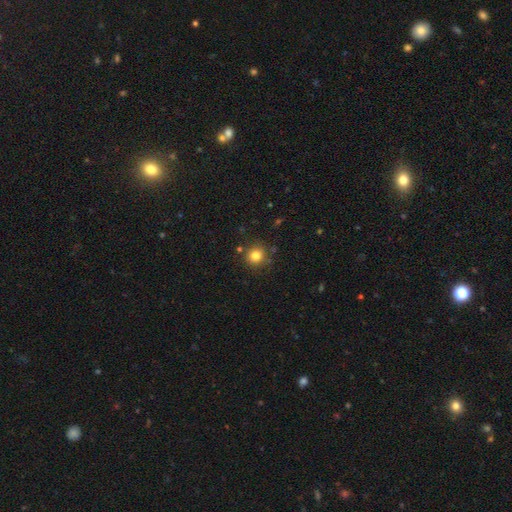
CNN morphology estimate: Smooth or featured? smooth (80%)
How rounded? round (92%)
Merging? none (84%)